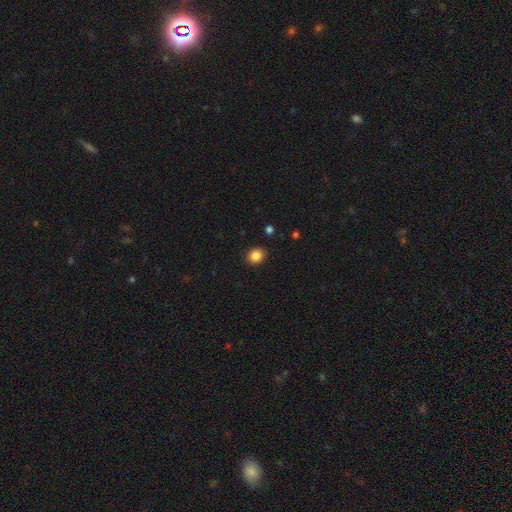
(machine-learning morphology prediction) type=smooth (86%); roundness=round (66%); merging=none (89%).